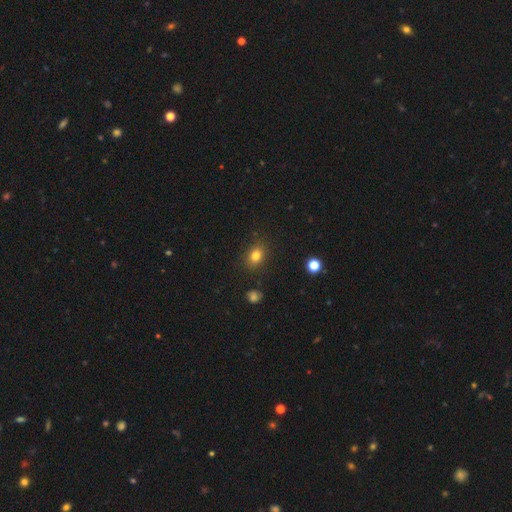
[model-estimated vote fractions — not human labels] Smooth or featured? smooth (81%)
How rounded? in between (59%)
Merging? none (86%)